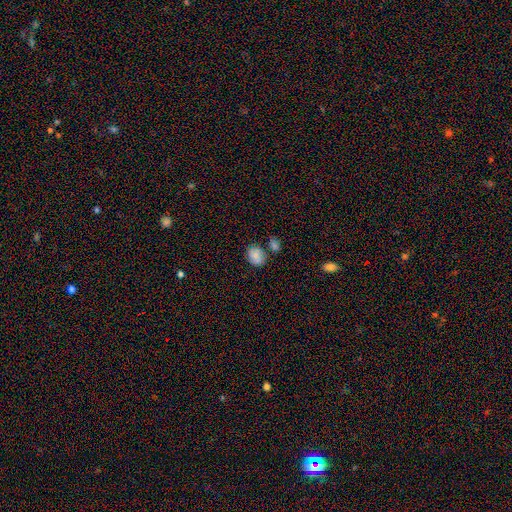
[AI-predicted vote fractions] A smooth galaxy with no disk features (80%) that is round (50%). Merging: none (60%).